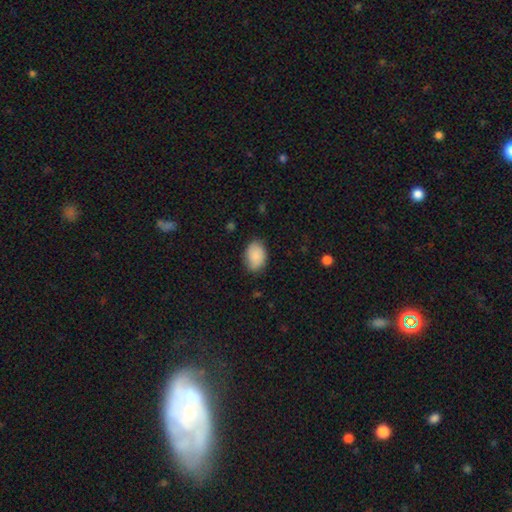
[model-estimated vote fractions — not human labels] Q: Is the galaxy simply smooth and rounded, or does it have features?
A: smooth — 83%.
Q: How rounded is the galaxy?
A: in between — 79%.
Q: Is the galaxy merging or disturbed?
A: none — 76%.